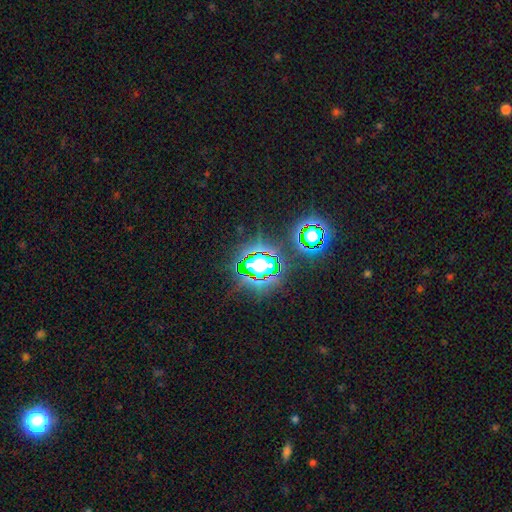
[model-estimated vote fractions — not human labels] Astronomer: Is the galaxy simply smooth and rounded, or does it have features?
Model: star or artifact — 76%.